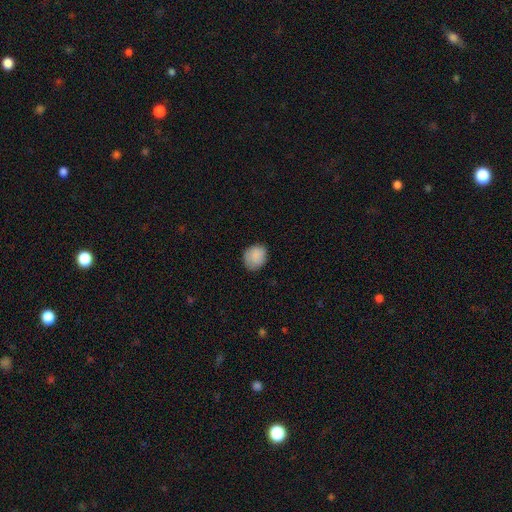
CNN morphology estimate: Smooth or featured? smooth (86%)
How rounded? round (61%)
Merging? none (78%)